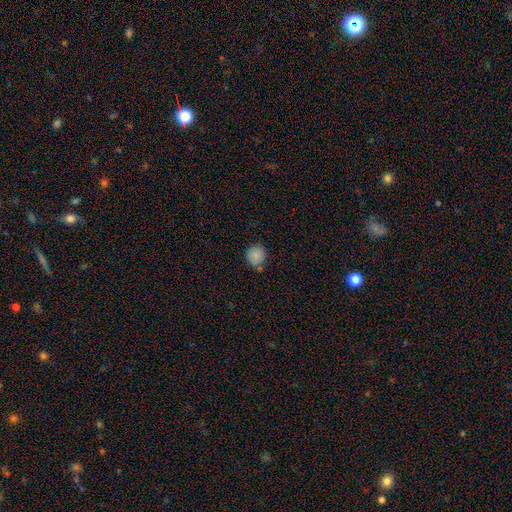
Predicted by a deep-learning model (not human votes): Morphology: type=smooth (86%); roundness=round (87%); merging=none (68%).